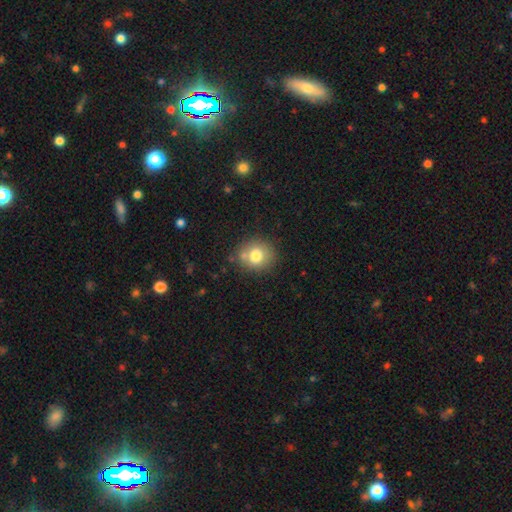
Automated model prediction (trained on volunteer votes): smooth_or_featured: smooth (p=0.76) [alt: featured or disk p=0.14]
how_rounded: round (p=0.80) [alt: in between p=0.19]
merging: none (p=0.70) [alt: minor disturbance p=0.15]